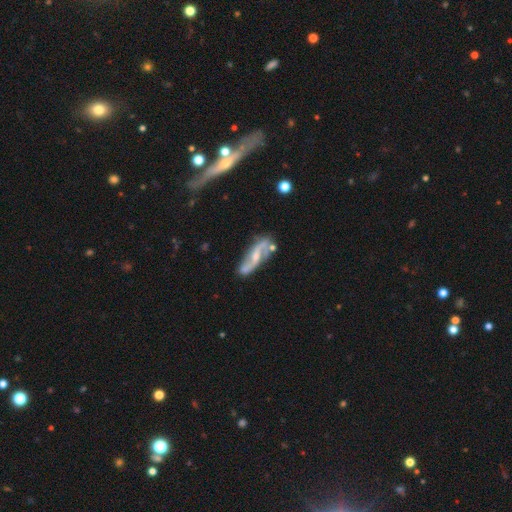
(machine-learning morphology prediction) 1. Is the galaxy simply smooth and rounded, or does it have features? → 83% featured or disk, 12% smooth, 6% star or artifact.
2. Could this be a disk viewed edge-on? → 88% no, 12% yes.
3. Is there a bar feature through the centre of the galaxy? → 44% weak, 36% no, 20% strong.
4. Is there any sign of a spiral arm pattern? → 94% yes, 6% no.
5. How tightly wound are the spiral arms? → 65% loose, 26% medium, 9% tight.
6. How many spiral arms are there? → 90% 2, 4% can't tell, 2% 1, 1% 3, 1% 4, 1% more than 4.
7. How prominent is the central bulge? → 51% small, 35% moderate, 11% none, 2% large, 1% dominant.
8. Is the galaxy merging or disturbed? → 66% none, 19% minor disturbance, 9% merger, 7% major disturbance.